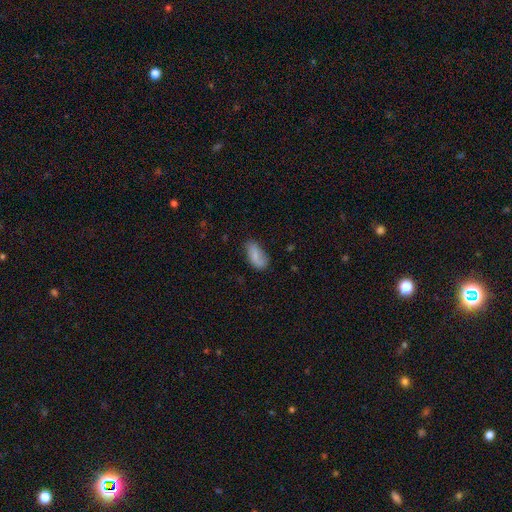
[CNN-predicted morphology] A smooth galaxy with no disk features (71%) that is in between round and cigar-shaped (91%). Merging: none (61%).